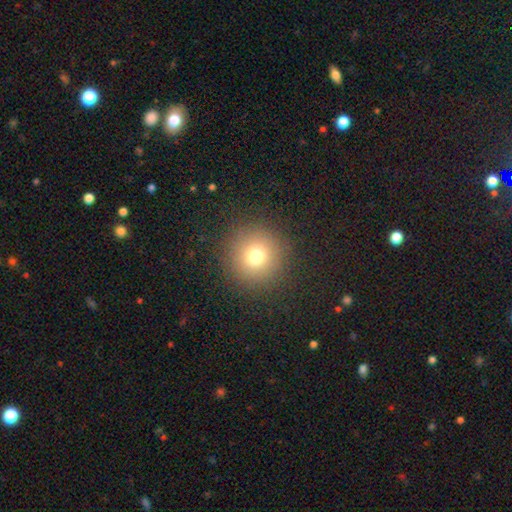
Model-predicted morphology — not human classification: Smooth or featured: smooth — 73% (star or artifact — 17%)
How rounded: round — 96% (in between — 3%)
Merging: none — 90% (minor disturbance — 6%)